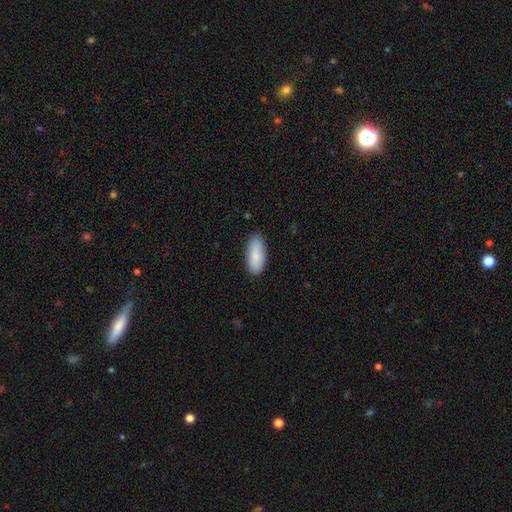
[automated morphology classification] smooth-or-featured: smooth: 86% | featured or disk: 9% | star or artifact: 6%
  how-rounded: in between: 83% | cigar-shaped: 15% | round: 2%
  merging: none: 87% | minor disturbance: 10% | major disturbance: 2% | merger: 1%